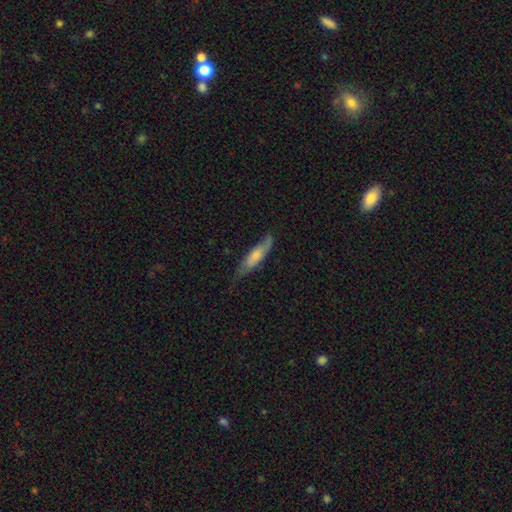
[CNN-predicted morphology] Smooth or featured?
  - smooth: 56% *
  - featured or disk: 38%
  - star or artifact: 6%
How rounded?
  - cigar-shaped: 72% *
  - in between: 27%
  - round: 2%
Merging?
  - none: 60% *
  - minor disturbance: 29%
  - major disturbance: 9%
  - merger: 2%